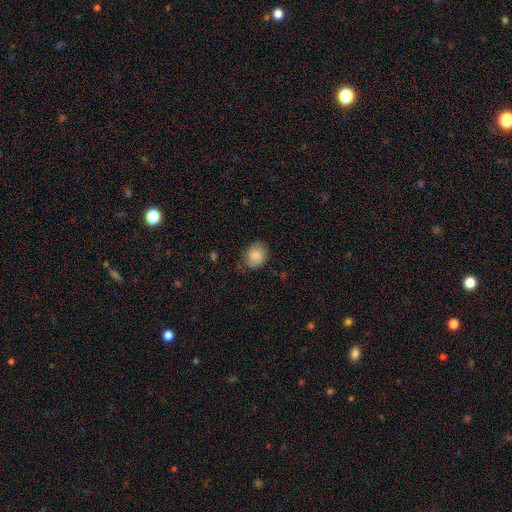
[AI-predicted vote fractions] Smooth or featured?
  - smooth: 79% *
  - featured or disk: 14%
  - star or artifact: 7%
How rounded?
  - round: 51% *
  - in between: 48%
  - cigar-shaped: 1%
Merging?
  - none: 70% *
  - minor disturbance: 22%
  - major disturbance: 6%
  - merger: 1%